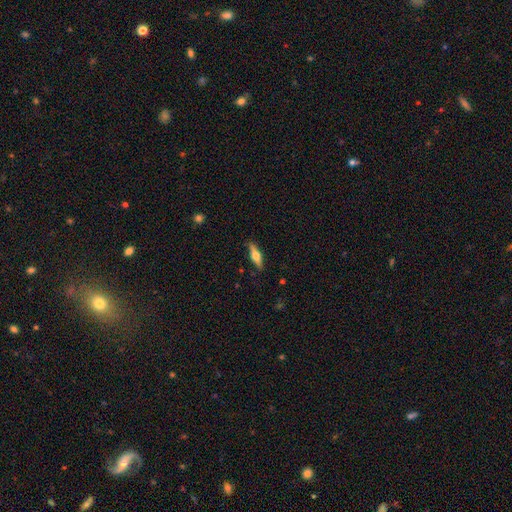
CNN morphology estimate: Q: Smooth or featured?
A: featured or disk (51%); runner-up: smooth (43%)
Q: Edge-on disk?
A: yes (94%); runner-up: no (6%)
Q: Merging?
A: none (87%); runner-up: minor disturbance (10%)